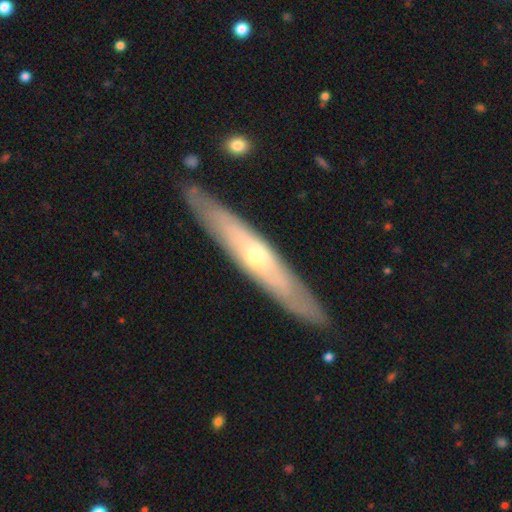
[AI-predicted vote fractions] smooth_or_featured: featured or disk (p=0.68) [alt: smooth p=0.26]
disk_edge_on: yes (p=0.72) [alt: no p=0.28]
merging: none (p=0.87) [alt: minor disturbance p=0.09]